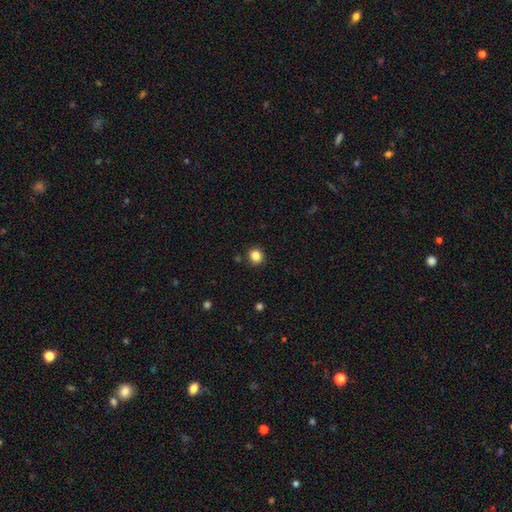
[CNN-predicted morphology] smooth_or_featured: smooth (p=0.84) [alt: star or artifact p=0.12]
how_rounded: round (p=0.84) [alt: in between p=0.15]
merging: none (p=0.89) [alt: minor disturbance p=0.07]